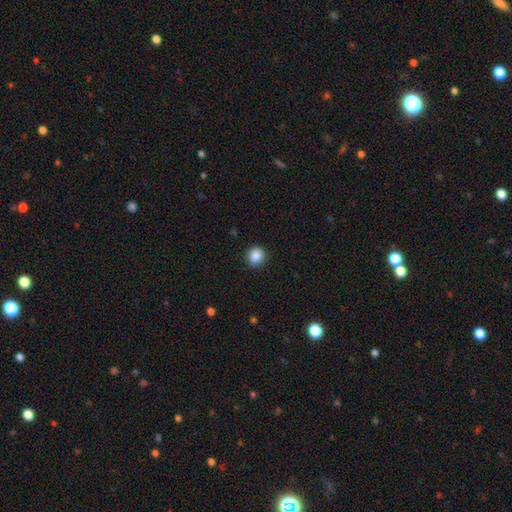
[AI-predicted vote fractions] This appears to be a smooth galaxy with no disk features (88%) that is round (84%). Merging: none (90%).